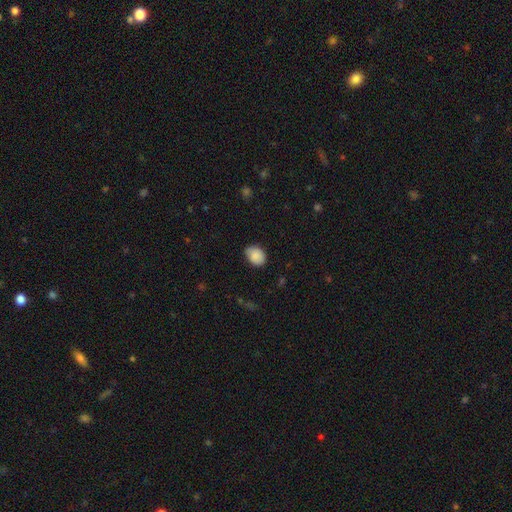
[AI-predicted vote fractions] This is clearly a smooth galaxy (87%). How rounded: likely in between (61%). Merging: likely none (71%).